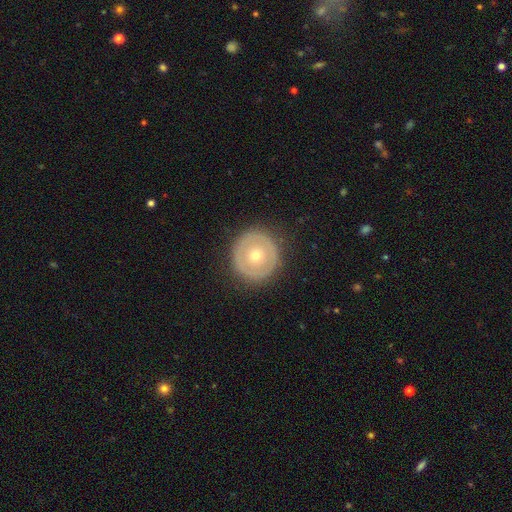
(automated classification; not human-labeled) Morphology: type=featured or disk (48%); merging=none (88%).